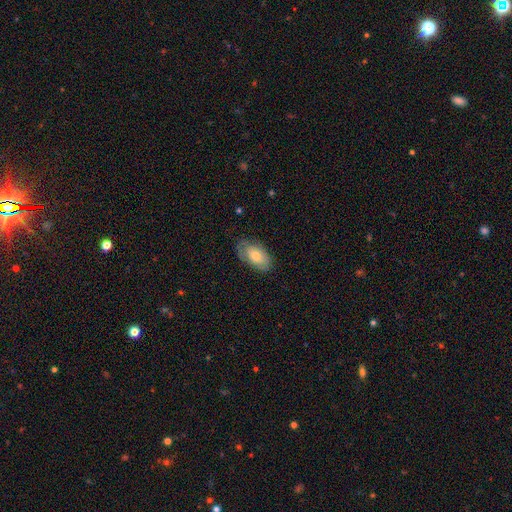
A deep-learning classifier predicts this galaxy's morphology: smooth 68%, featured or disk 26%, star or artifact 6%. Down the decision tree: how rounded — in between (93%); merging — none (71%).